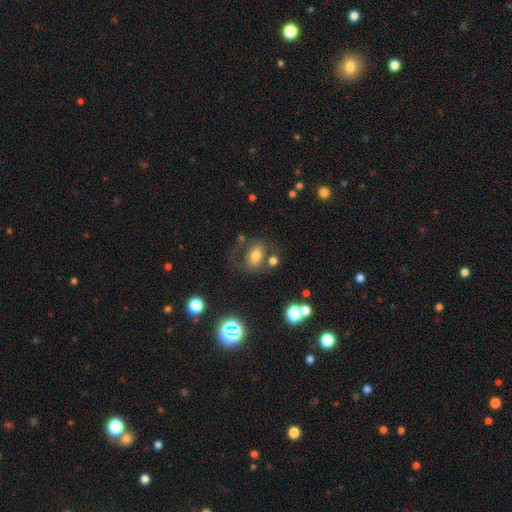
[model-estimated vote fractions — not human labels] Morphology: type=smooth (60%); roundness=in between (70%); merging=none (54%).